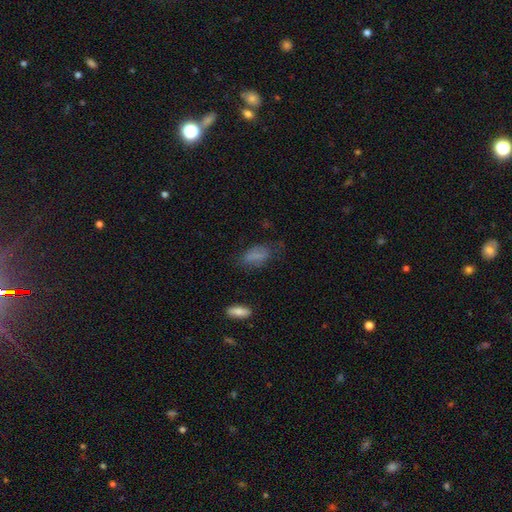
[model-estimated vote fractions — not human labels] Smooth or featured: smooth — 74% (featured or disk — 14%)
How rounded: in between — 86% (cigar-shaped — 8%)
Merging: none — 57% (minor disturbance — 26%)